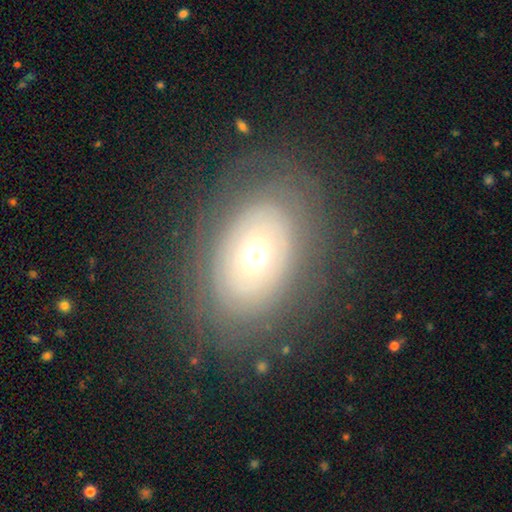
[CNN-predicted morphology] The model was most divided on "spiral arms": no: 55%, yes: 45%. More confident: edge-on disk — no (93%); bar — no (85%); merging — none (79%); bulge size — moderate (66%); smooth or featured — featured or disk (57%).